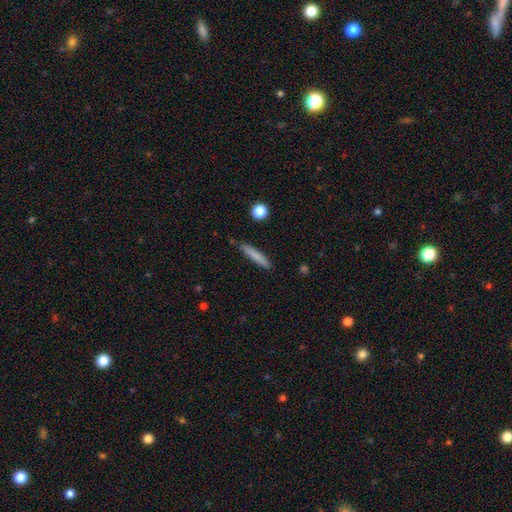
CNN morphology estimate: smooth-or-featured: smooth: 79% | featured or disk: 14% | star or artifact: 7%
  how-rounded: cigar-shaped: 92% | in between: 7% | round: 1%
  merging: none: 86% | minor disturbance: 10% | merger: 2% | major disturbance: 2%